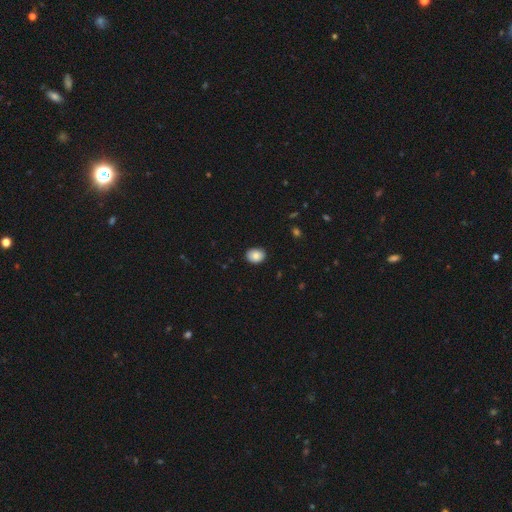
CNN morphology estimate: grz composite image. It shows a smooth galaxy with no disk features (86%) that is in between round and cigar-shaped (59%). Merging: none (89%).